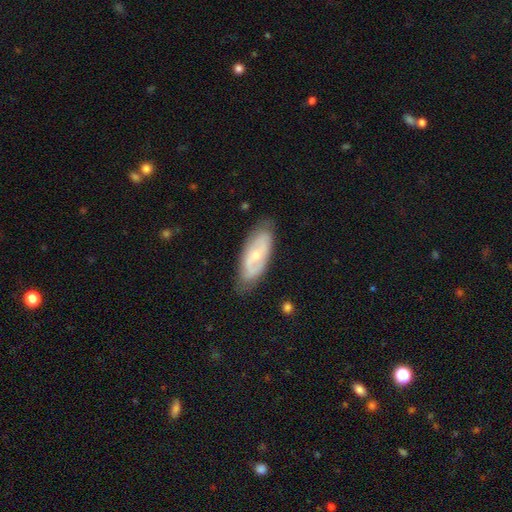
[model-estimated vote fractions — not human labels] Smooth or featured? Predicted: featured or disk (p=0.65). Edge-on disk? Predicted: no (p=0.87). Bar? Predicted: no (p=0.56). Spiral arms? Predicted: yes (p=0.65). Bulge size? Predicted: small (p=0.57). Merging? Predicted: none (p=0.75).